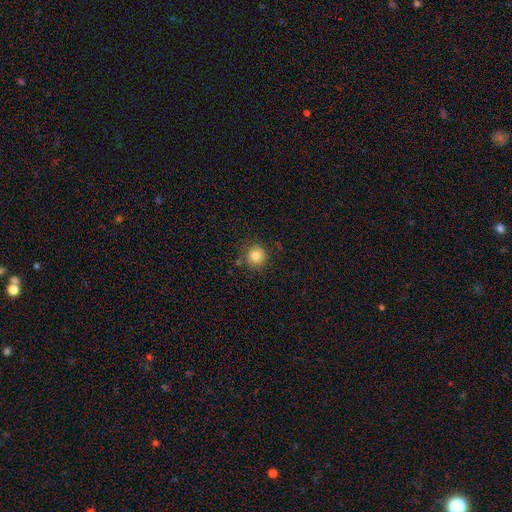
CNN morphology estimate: A smooth galaxy with no disk features (84%) that is round (93%).

Vote fractions:
- Smooth or featured? smooth: 84% / star or artifact: 11% / featured or disk: 5%
- How rounded? round: 93% / in between: 6% / cigar-shaped: 1%
- Merging? none: 83% / minor disturbance: 10% / merger: 3% / major disturbance: 3%